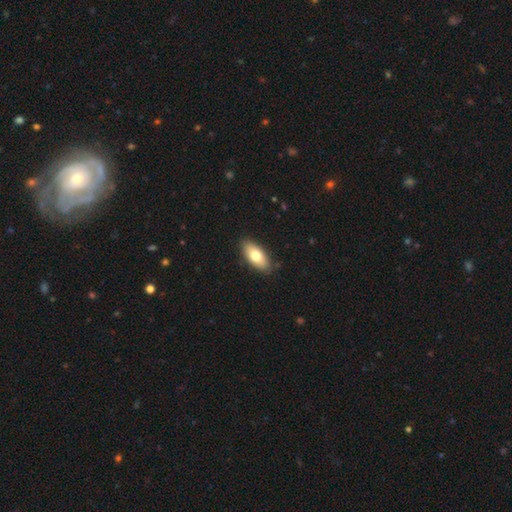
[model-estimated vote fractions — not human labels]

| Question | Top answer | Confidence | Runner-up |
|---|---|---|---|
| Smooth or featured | smooth | 74% | featured or disk (20%) |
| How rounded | in between | 88% | cigar-shaped (9%) |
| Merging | none | 87% | minor disturbance (10%) |